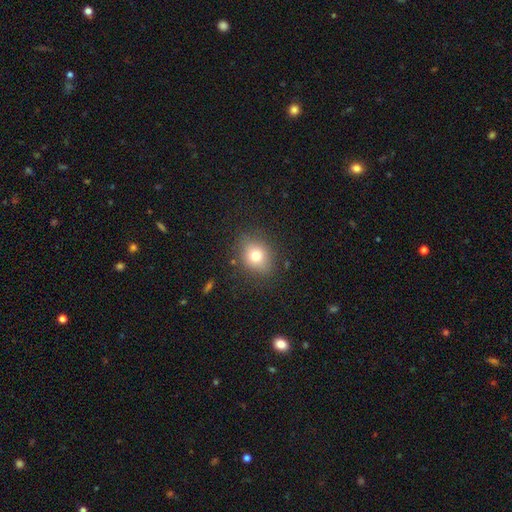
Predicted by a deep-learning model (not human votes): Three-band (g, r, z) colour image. It shows a smooth galaxy with no disk features (75%) that is round (55%). Merging: none (82%).